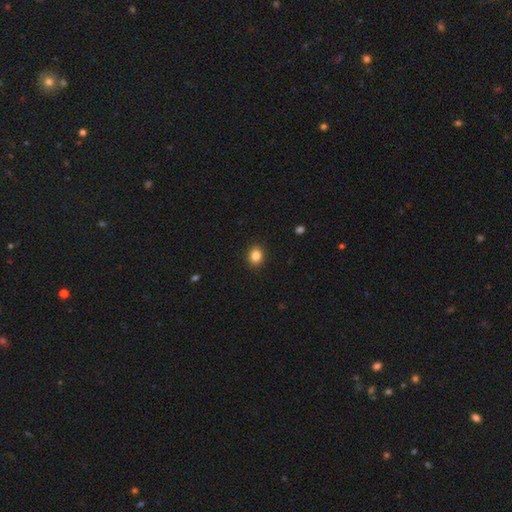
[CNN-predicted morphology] smooth-or-featured: smooth: 86% | star or artifact: 10% | featured or disk: 4%
  how-rounded: round: 65% | in between: 34% | cigar-shaped: 1%
  merging: none: 91% | minor disturbance: 6% | major disturbance: 2% | merger: 1%